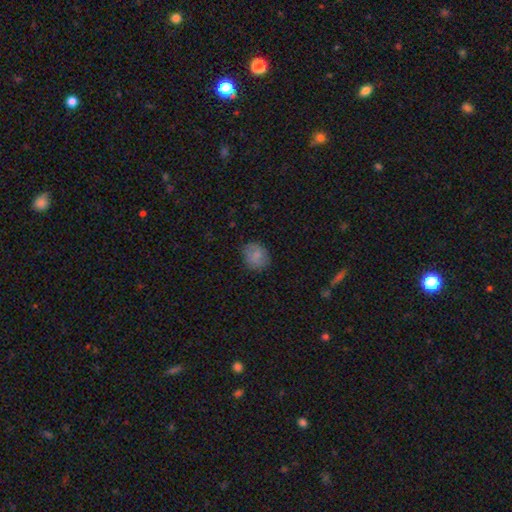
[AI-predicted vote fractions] Q: Smooth or featured?
A: smooth (82%); runner-up: featured or disk (9%)
Q: How rounded?
A: round (70%); runner-up: in between (29%)
Q: Merging?
A: none (79%); runner-up: minor disturbance (16%)